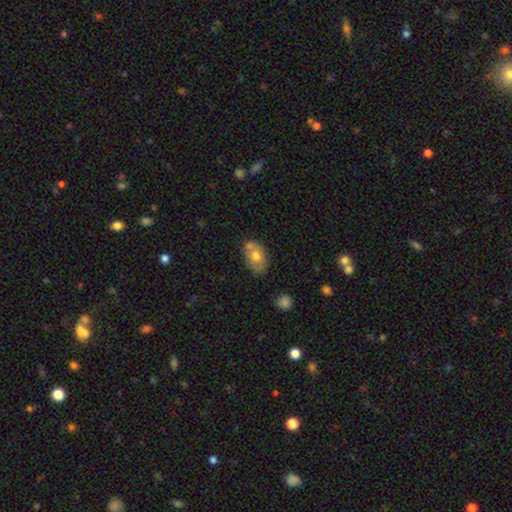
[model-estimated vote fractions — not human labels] This is likely a smooth galaxy (66%). How rounded: clearly in between (82%). Merging: possibly none (52%).